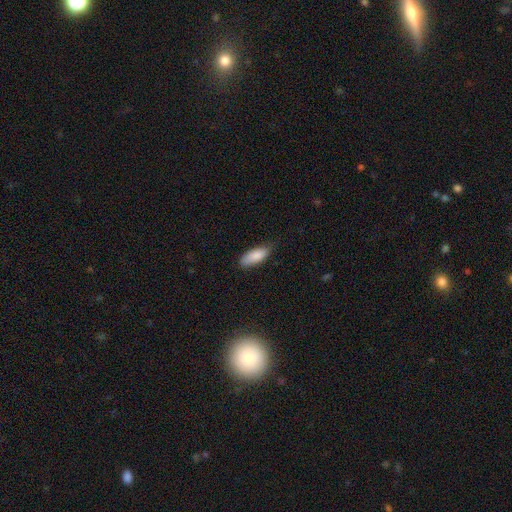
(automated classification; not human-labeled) smooth 86%, featured or disk 7%, star or artifact 6%. Down the decision tree: how rounded — in between (77%); merging — none (72%).